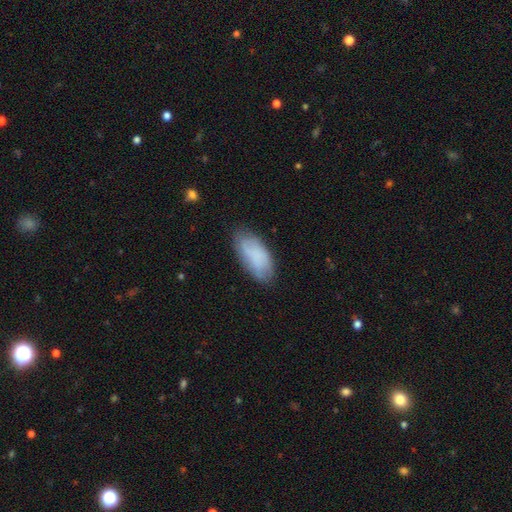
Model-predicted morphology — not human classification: smooth_or_featured: smooth (p=0.71) [alt: featured or disk p=0.22]
how_rounded: in between (p=0.92) [alt: cigar-shaped p=0.06]
merging: none (p=0.73) [alt: minor disturbance p=0.21]